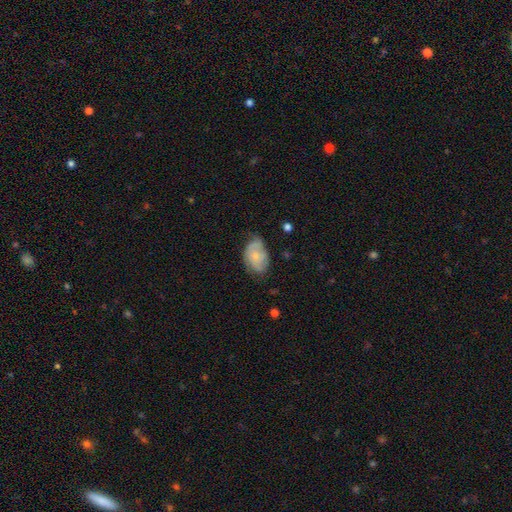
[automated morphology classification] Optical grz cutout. It shows a smooth galaxy with no disk features (49%). Merging: none (53%).